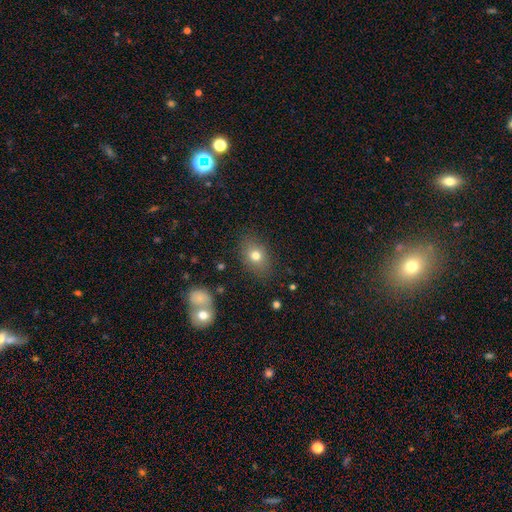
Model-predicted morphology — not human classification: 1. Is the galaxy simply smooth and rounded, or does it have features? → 75% smooth, 13% featured or disk, 11% star or artifact.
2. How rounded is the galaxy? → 69% in between, 30% round, 2% cigar-shaped.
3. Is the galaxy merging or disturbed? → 82% none, 12% minor disturbance, 4% major disturbance, 2% merger.